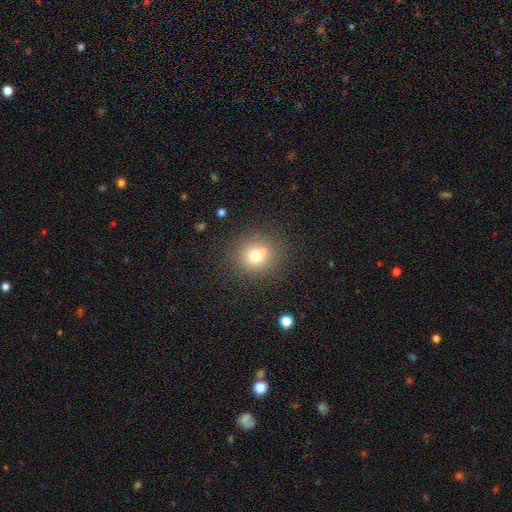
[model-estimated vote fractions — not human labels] Overall: smooth (74%). How rounded: round (86%). Merging: none (76%).